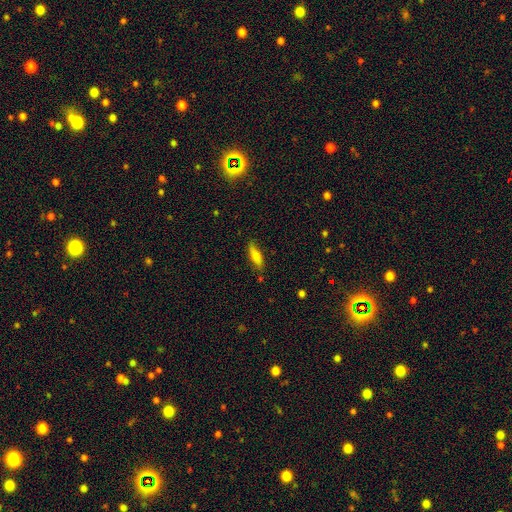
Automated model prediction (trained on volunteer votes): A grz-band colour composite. It shows a smooth galaxy with no disk features (65%) that is cigar-shaped (55%). Merging: none (81%).